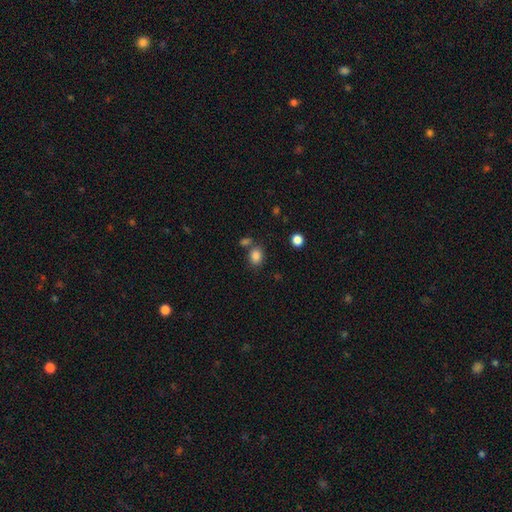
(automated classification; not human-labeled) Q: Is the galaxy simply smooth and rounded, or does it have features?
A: smooth — 84%.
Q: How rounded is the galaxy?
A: round — 51%.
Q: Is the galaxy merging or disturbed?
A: none — 69%.